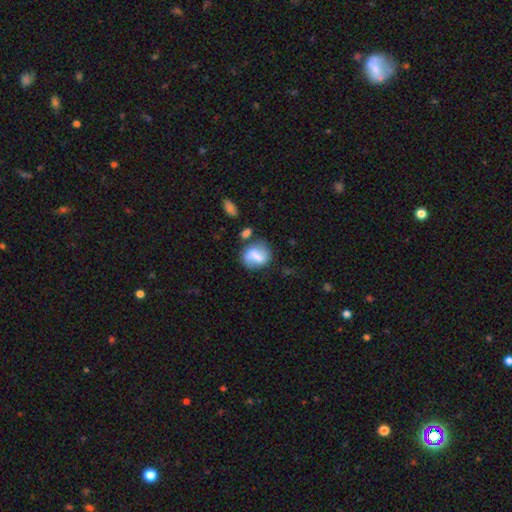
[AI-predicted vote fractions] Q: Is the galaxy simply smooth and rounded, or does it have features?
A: smooth — 47%.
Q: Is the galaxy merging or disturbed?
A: none — 55%.